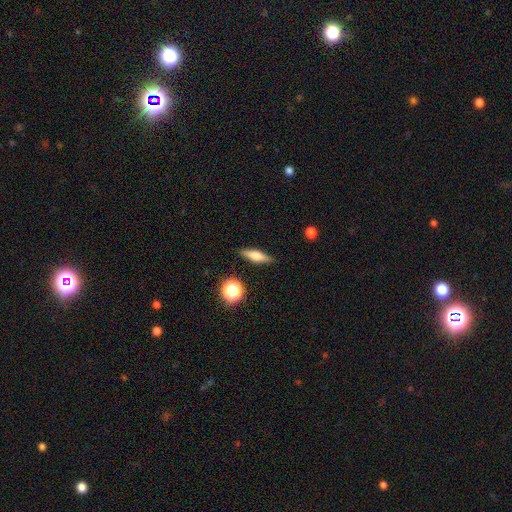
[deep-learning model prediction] smooth_or_featured: smooth (p=0.56) [alt: featured or disk p=0.35]
how_rounded: cigar-shaped (p=0.64) [alt: in between p=0.31]
merging: none (p=0.88) [alt: minor disturbance p=0.09]